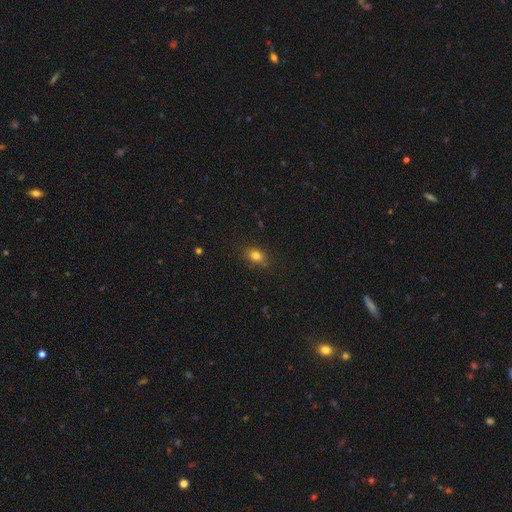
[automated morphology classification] This is likely a smooth galaxy (80%). How rounded: likely in between (64%). Merging: clearly none (80%).